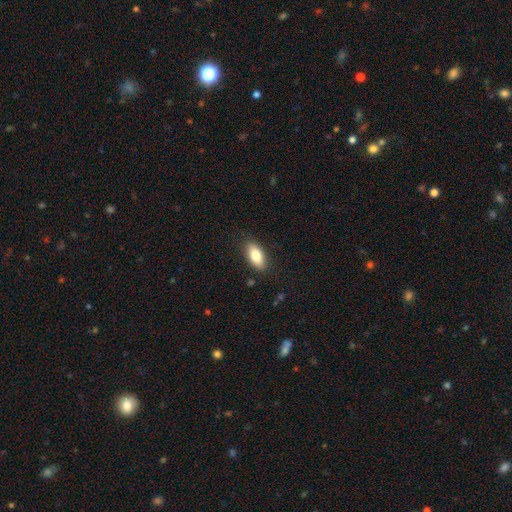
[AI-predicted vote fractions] This is clearly a smooth galaxy (80%). How rounded: clearly in between (87%). Merging: clearly none (86%).